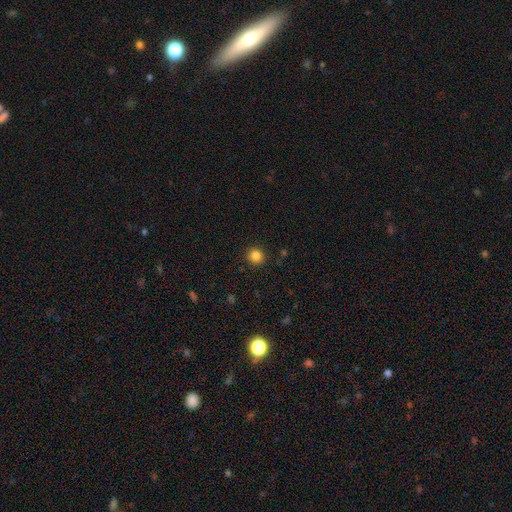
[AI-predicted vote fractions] smooth 84%, star or artifact 12%, featured or disk 4%. Down the decision tree: how rounded — round (91%); merging — none (91%).